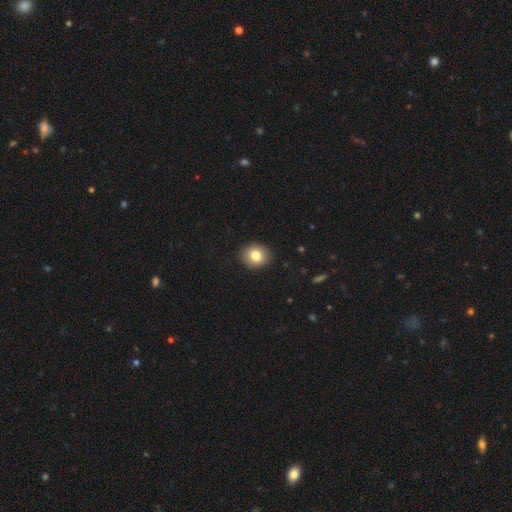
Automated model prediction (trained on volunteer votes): smooth-or-featured: smooth: 81% | star or artifact: 9% | featured or disk: 9%
  how-rounded: round: 81% | in between: 18% | cigar-shaped: 1%
  merging: none: 90% | minor disturbance: 7% | major disturbance: 2% | merger: 1%